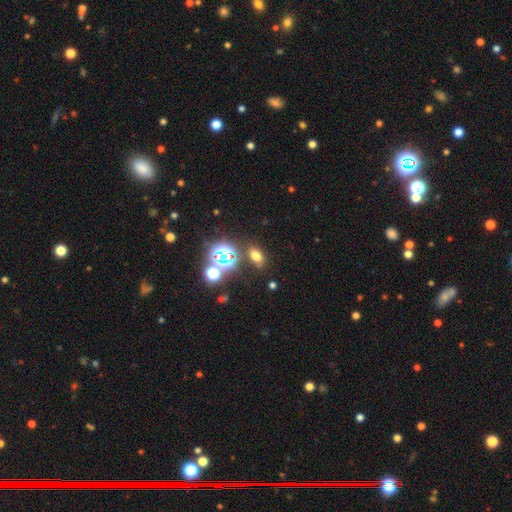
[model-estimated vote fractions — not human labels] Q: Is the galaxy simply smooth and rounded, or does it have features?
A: smooth — 60%.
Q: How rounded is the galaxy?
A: in between — 76%.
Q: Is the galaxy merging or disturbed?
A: none — 79%.